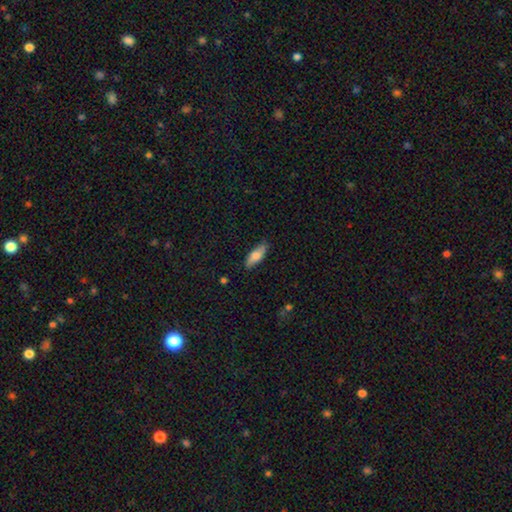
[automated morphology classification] smooth-or-featured: smooth: 81% | featured or disk: 13% | star or artifact: 6%
  how-rounded: in between: 68% | cigar-shaped: 30% | round: 2%
  merging: none: 81% | minor disturbance: 15% | major disturbance: 3% | merger: 1%